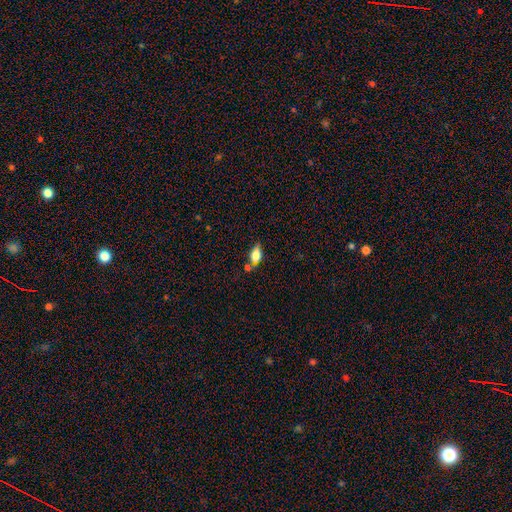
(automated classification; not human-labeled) Smooth or featured: smooth — 70% (featured or disk — 20%)
How rounded: in between — 83% (cigar-shaped — 10%)
Merging: none — 55% (minor disturbance — 22%)